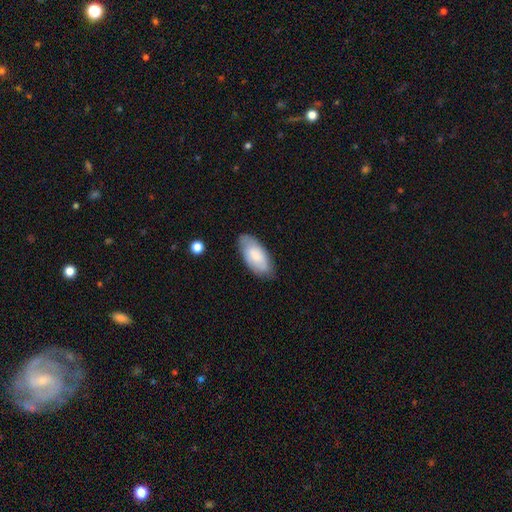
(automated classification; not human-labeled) Smooth or featured? Predicted: smooth (p=0.71). How rounded? Predicted: in between (p=0.92). Merging? Predicted: none (p=0.74).